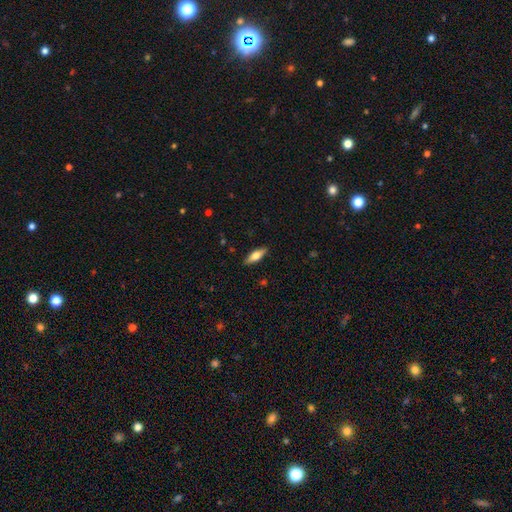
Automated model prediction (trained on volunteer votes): smooth-or-featured: smooth: 65% | featured or disk: 29% | star or artifact: 6%
  how-rounded: in between: 57% | cigar-shaped: 40% | round: 2%
  merging: none: 88% | minor disturbance: 9% | major disturbance: 2% | merger: 1%